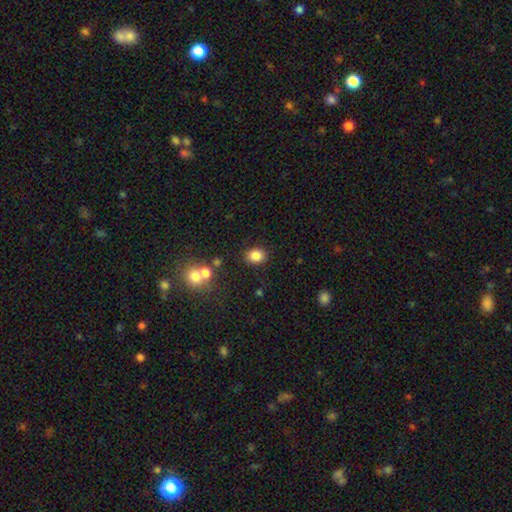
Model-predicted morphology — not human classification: Smooth or featured: smooth — 84% (star or artifact — 10%)
How rounded: in between — 55% (round — 44%)
Merging: none — 85% (minor disturbance — 9%)